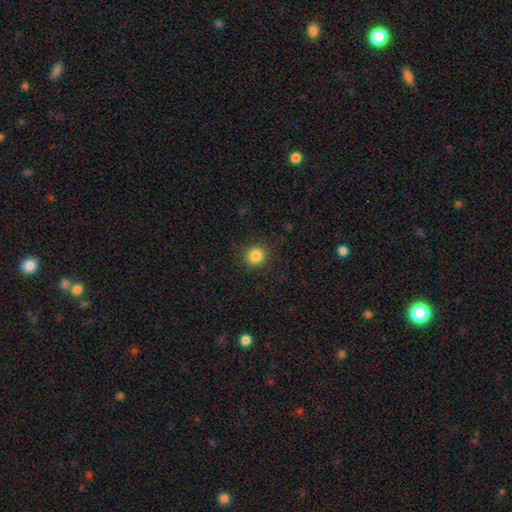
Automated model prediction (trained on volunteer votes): A smooth galaxy with no disk features (84%) that is round (90%). Merging: none (90%).